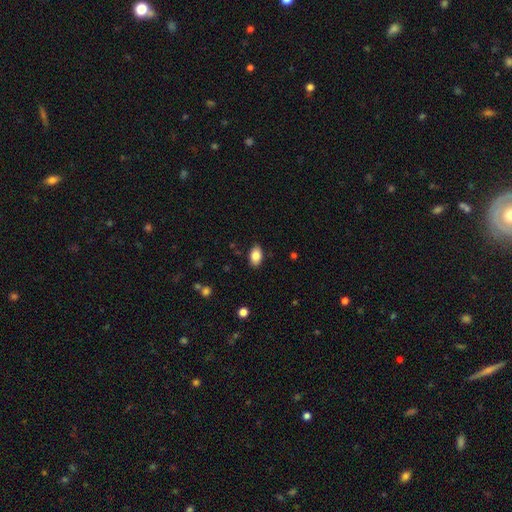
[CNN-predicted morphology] Q: Smooth or featured?
A: smooth (85%); runner-up: star or artifact (8%)
Q: How rounded?
A: in between (91%); runner-up: round (7%)
Q: Merging?
A: none (87%); runner-up: minor disturbance (10%)